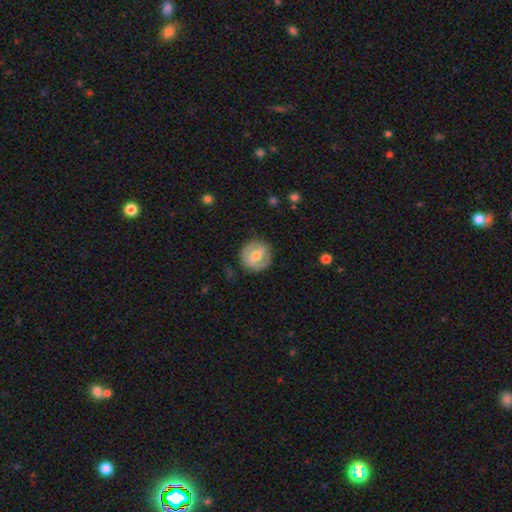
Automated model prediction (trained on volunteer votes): The model was most divided on "bar": strong: 41%, weak: 40%, no: 18%. More confident: edge-on disk — no (95%); merging — none (81%); smooth or featured — featured or disk (53%); spiral arms — yes (52%); bulge size — moderate (52%).